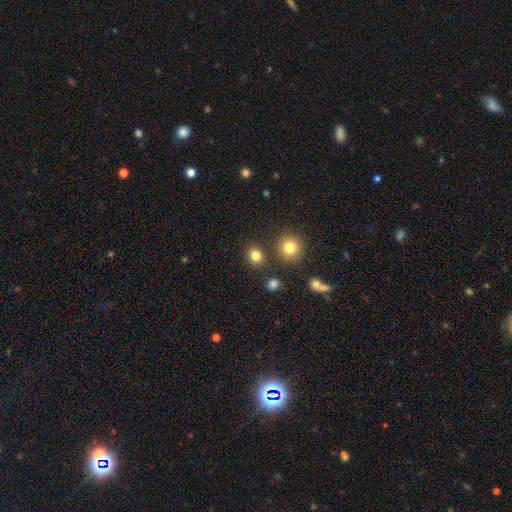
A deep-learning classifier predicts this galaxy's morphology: A smooth galaxy with no disk features (82%) that is round (69%).

Vote fractions:
- Smooth or featured? smooth: 82% / star or artifact: 13% / featured or disk: 5%
- How rounded? round: 69% / in between: 30% / cigar-shaped: 1%
- Merging? none: 84% / minor disturbance: 8% / merger: 6% / major disturbance: 3%